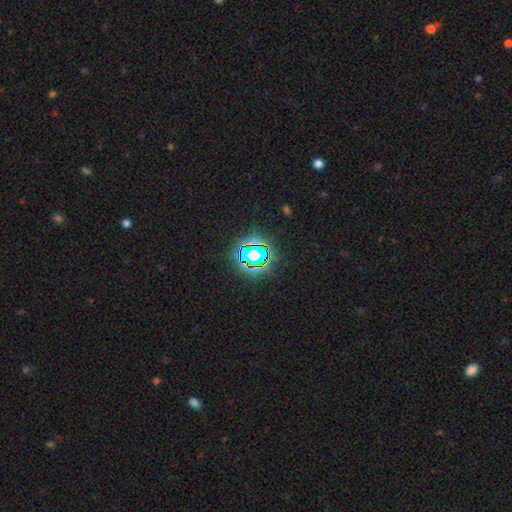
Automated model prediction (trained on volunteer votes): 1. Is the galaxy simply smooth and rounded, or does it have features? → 70% star or artifact, 17% smooth, 13% featured or disk.